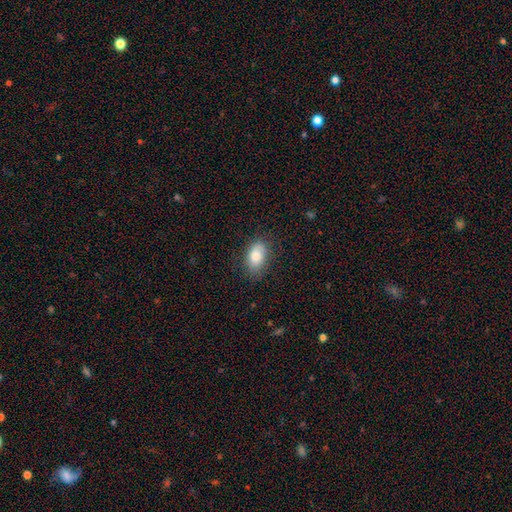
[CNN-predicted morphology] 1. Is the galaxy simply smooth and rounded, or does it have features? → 82% smooth, 10% featured or disk, 8% star or artifact.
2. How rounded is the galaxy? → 90% in between, 8% round, 2% cigar-shaped.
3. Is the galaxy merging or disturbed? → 76% none, 18% minor disturbance, 4% major disturbance, 1% merger.